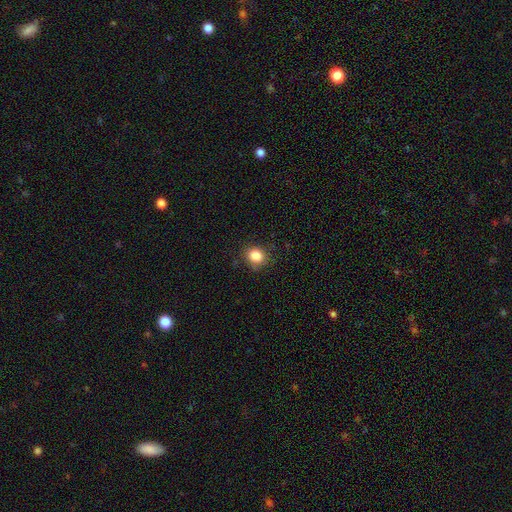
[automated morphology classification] Smooth or featured? Predicted: smooth (p=0.85). How rounded? Predicted: round (p=0.73). Merging? Predicted: none (p=0.83).